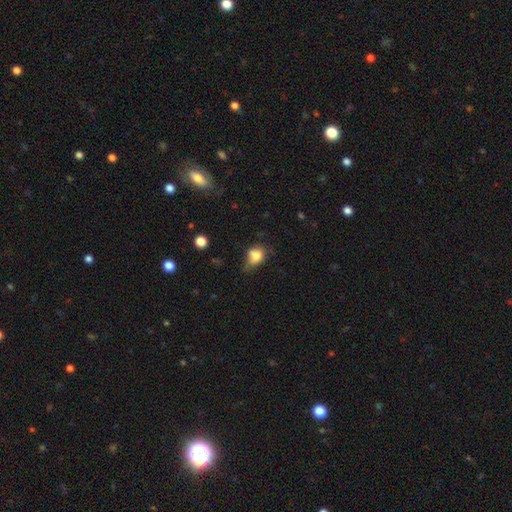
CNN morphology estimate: Smooth or featured: smooth — 75% (featured or disk — 15%)
How rounded: in between — 59% (round — 39%)
Merging: minor disturbance — 39% (none — 35%)